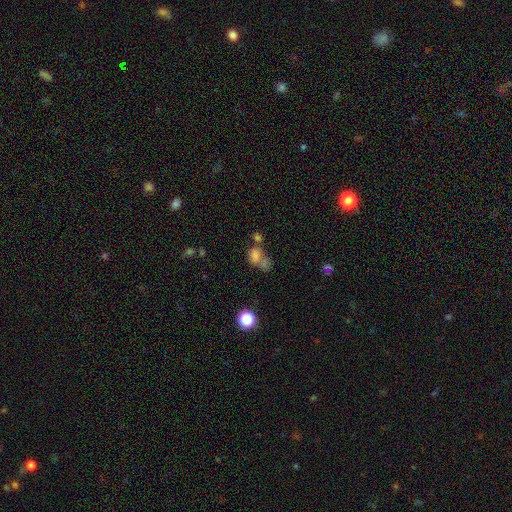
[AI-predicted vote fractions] Smooth or featured? smooth (70%)
How rounded? in between (64%)
Merging? merger (47%)